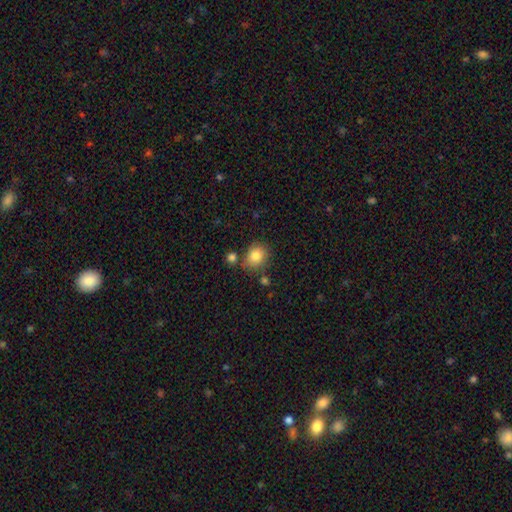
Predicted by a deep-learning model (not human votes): This is clearly a smooth galaxy (81%). How rounded: likely round (72%). Merging: likely none (72%).